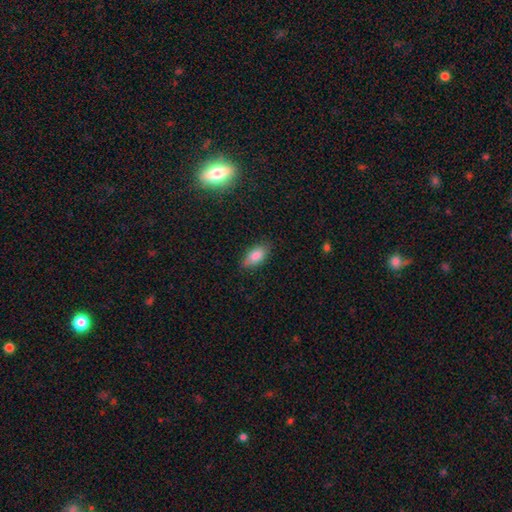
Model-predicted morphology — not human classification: Smooth or featured?
  - smooth: 83% *
  - featured or disk: 9%
  - star or artifact: 8%
How rounded?
  - in between: 89% *
  - cigar-shaped: 8%
  - round: 3%
Merging?
  - none: 82% *
  - minor disturbance: 14%
  - major disturbance: 3%
  - merger: 1%